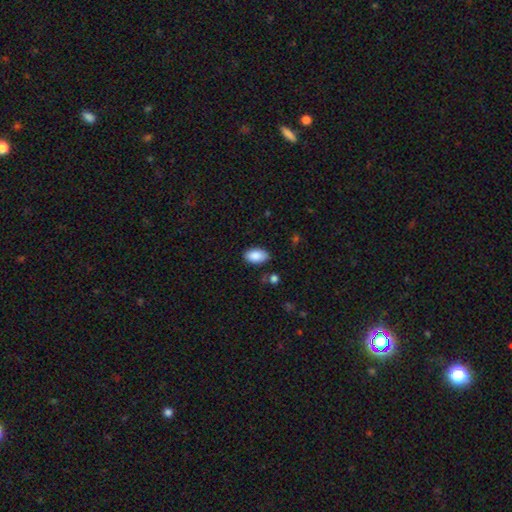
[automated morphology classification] smooth-or-featured: smooth: 89% | star or artifact: 7% | featured or disk: 4%
  how-rounded: in between: 94% | round: 4% | cigar-shaped: 2%
  merging: none: 83% | minor disturbance: 12% | major disturbance: 3% | merger: 2%